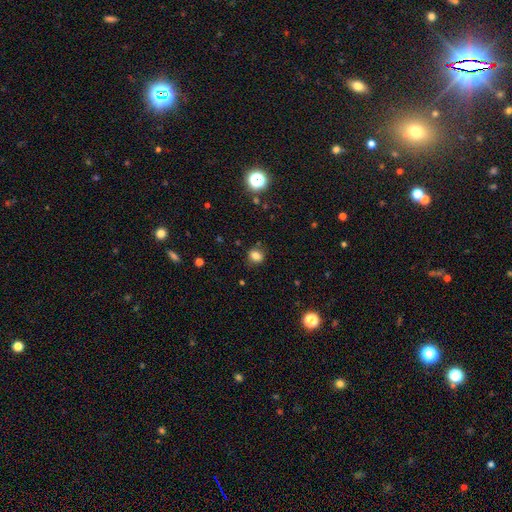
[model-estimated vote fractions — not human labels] Smooth or featured? Predicted: smooth (p=0.79). How rounded? Predicted: round (p=0.65). Merging? Predicted: none (p=0.82).